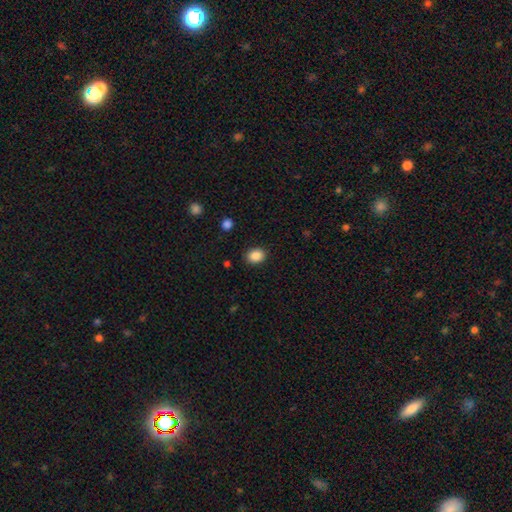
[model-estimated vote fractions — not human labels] smooth 88%, star or artifact 9%, featured or disk 3%. Down the decision tree: how rounded — in between (55%); merging — none (88%).